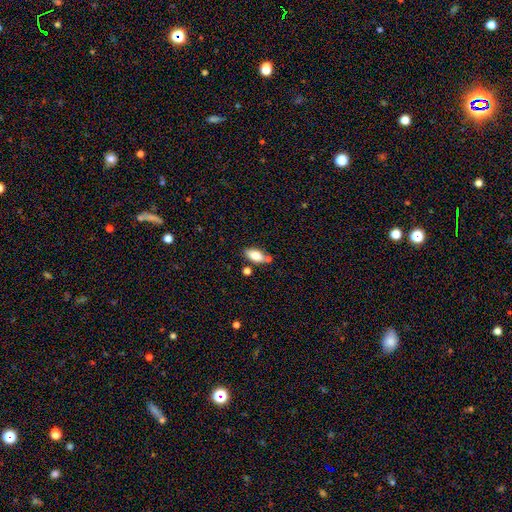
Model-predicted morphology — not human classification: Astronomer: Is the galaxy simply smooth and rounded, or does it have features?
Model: smooth — 78%.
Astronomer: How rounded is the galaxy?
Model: in between — 89%.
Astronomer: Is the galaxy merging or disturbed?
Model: none — 66%.